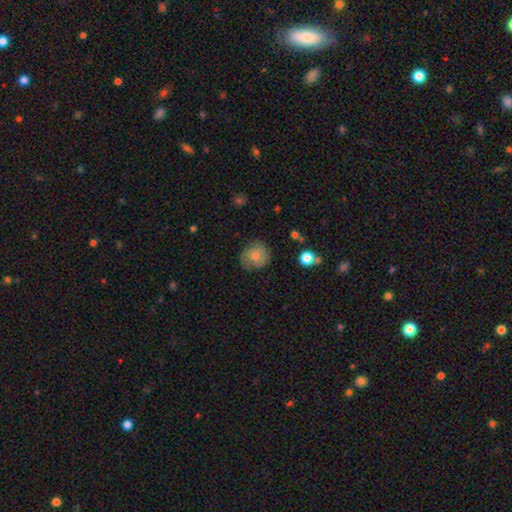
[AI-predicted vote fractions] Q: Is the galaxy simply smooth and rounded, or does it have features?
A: smooth — 68%.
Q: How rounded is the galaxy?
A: round — 81%.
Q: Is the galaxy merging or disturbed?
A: none — 67%.